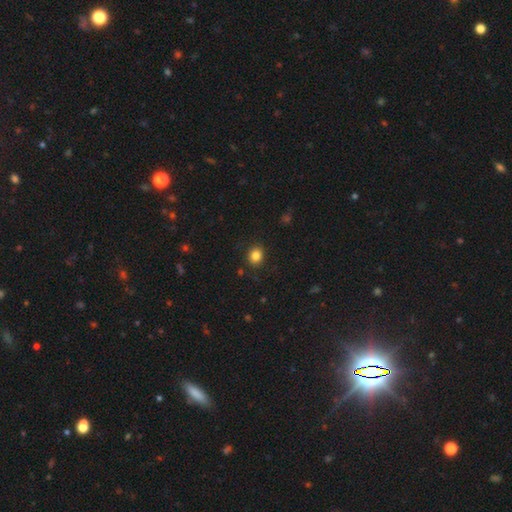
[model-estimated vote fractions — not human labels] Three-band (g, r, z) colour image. It shows a smooth galaxy with no disk features (84%) that is round (70%). Merging: none (87%).